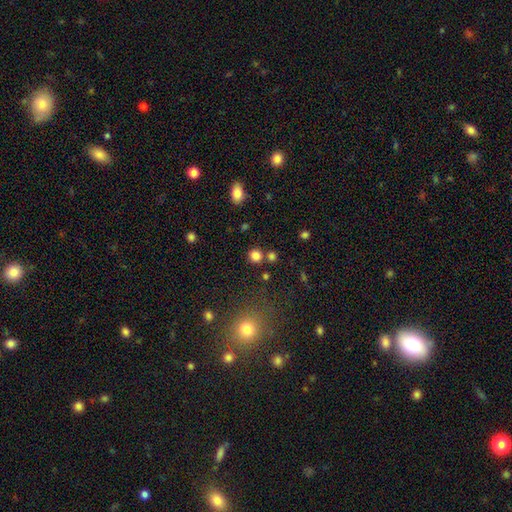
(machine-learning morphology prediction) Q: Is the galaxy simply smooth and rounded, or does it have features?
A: smooth — 82%.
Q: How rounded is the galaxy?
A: round — 89%.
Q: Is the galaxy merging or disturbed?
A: none — 78%.